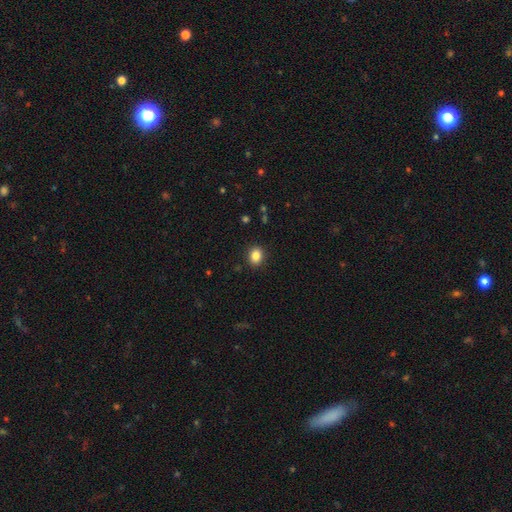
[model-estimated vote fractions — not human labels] Overall: smooth (85%). How rounded: in between (51%; round 48%). Merging: none (90%).